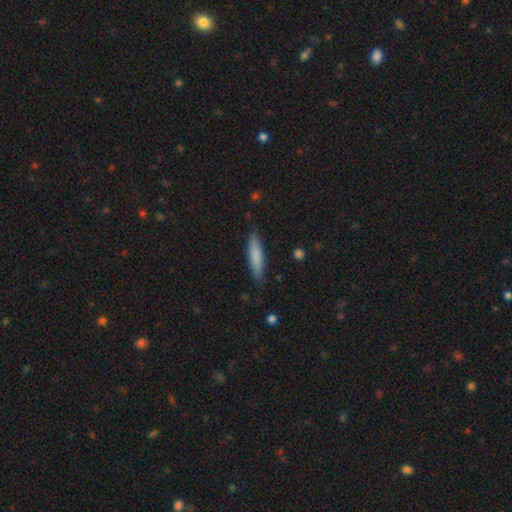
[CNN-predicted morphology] Q: Smooth or featured?
A: smooth (78%); runner-up: featured or disk (16%)
Q: How rounded?
A: cigar-shaped (81%); runner-up: in between (17%)
Q: Merging?
A: none (84%); runner-up: minor disturbance (12%)